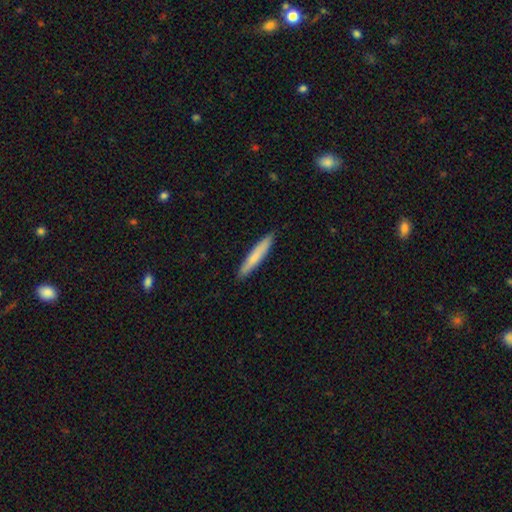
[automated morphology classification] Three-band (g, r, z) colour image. It shows a smooth galaxy with no disk features (73%) that is cigar-shaped (94%). Merging: none (90%).